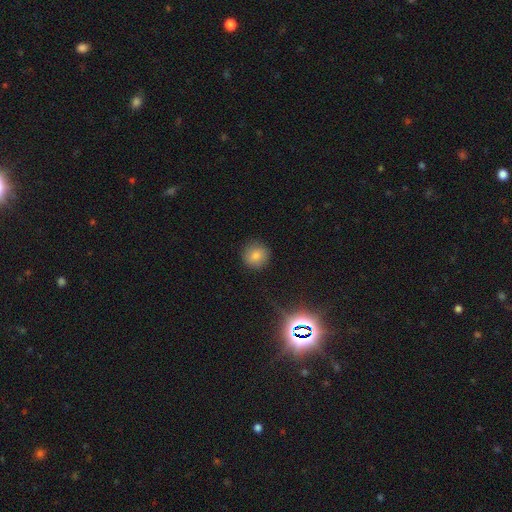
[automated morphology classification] Smooth or featured? smooth (79%)
How rounded? round (92%)
Merging? none (88%)